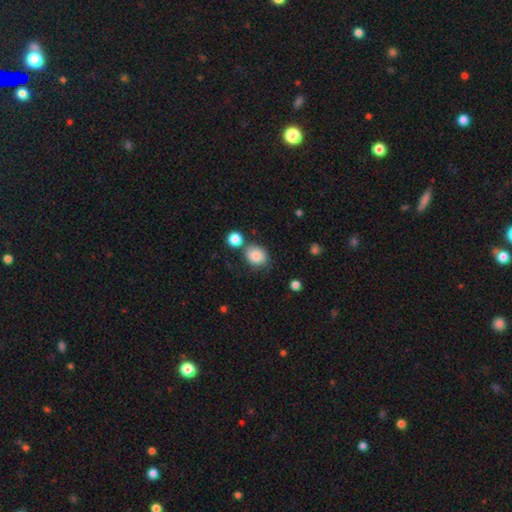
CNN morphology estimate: A smooth galaxy with no disk features (85%) that is round (55%). Merging: none (64%).